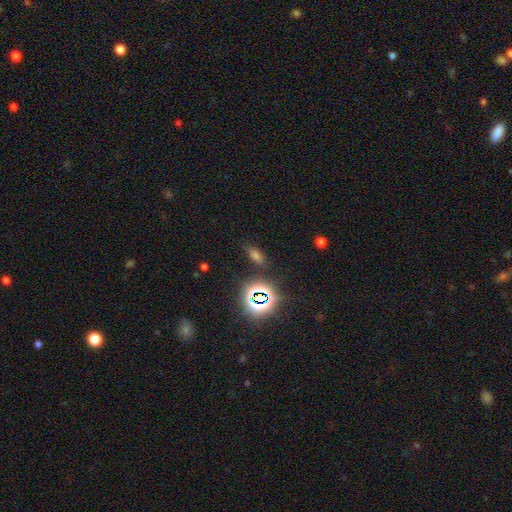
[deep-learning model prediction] A smooth galaxy with no disk features (58%) that is in between round and cigar-shaped (68%). Merging: none (82%).